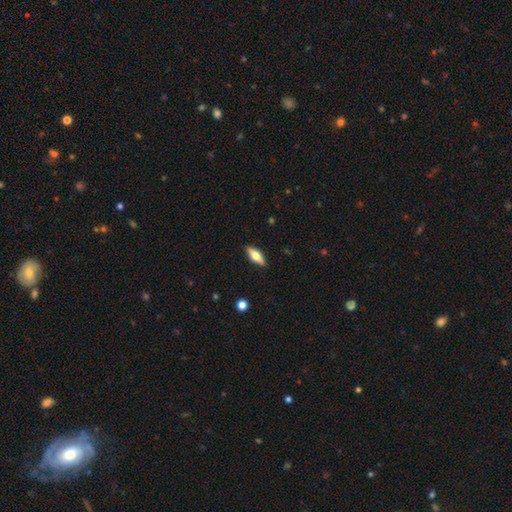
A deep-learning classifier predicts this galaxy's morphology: A smooth galaxy with no disk features (54%) that is in between round and cigar-shaped (57%). Merging: none (89%).